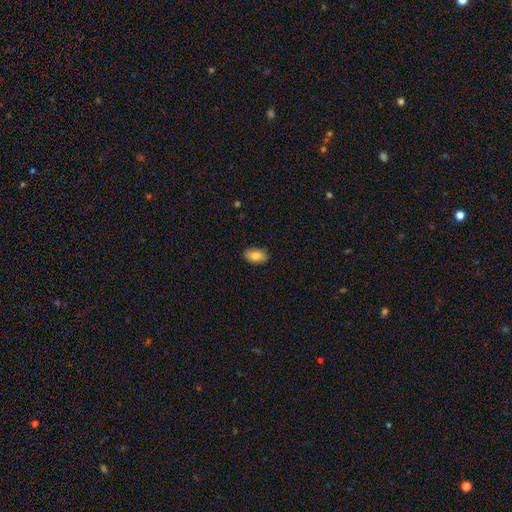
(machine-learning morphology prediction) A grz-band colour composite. It shows a smooth galaxy with no disk features (79%) that is in between round and cigar-shaped (89%). Merging: none (87%).